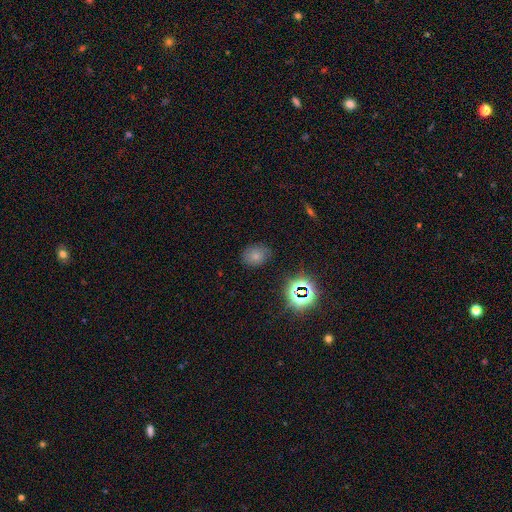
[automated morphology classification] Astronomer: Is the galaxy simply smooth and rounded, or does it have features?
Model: smooth — 64%.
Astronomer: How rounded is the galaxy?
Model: in between — 52% (runner-up: round, 47%).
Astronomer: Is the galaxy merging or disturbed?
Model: none — 75%.